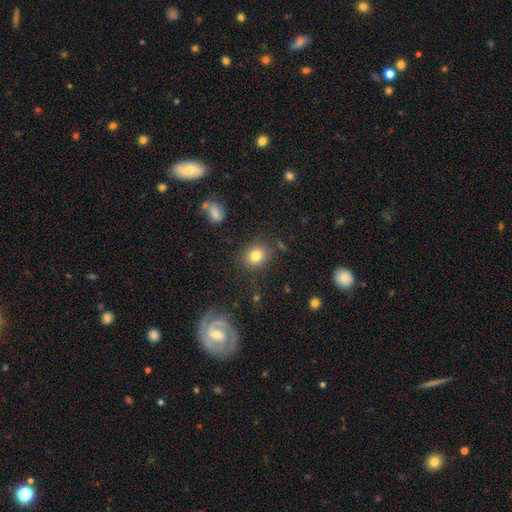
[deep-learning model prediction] This is clearly a smooth galaxy (80%). How rounded: likely round (74%). Merging: clearly none (84%).